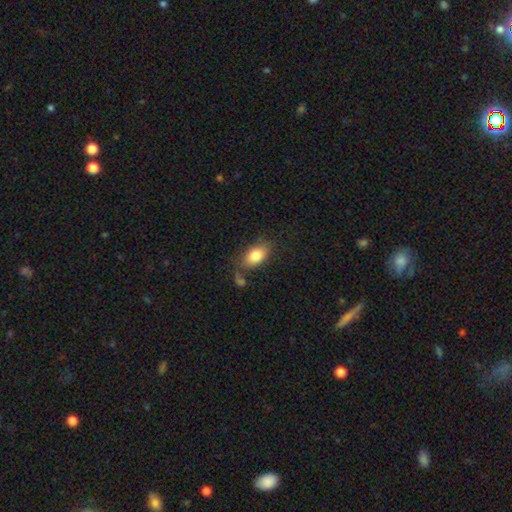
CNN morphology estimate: Smooth or featured?
  - smooth: 82% *
  - featured or disk: 11%
  - star or artifact: 8%
How rounded?
  - in between: 87% *
  - round: 11%
  - cigar-shaped: 2%
Merging?
  - none: 67% *
  - minor disturbance: 18%
  - merger: 7%
  - major disturbance: 7%